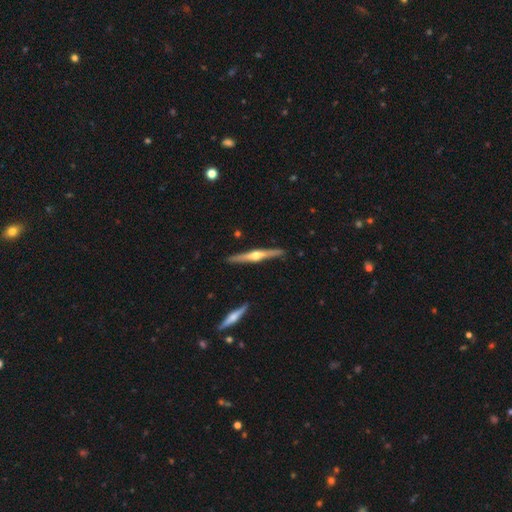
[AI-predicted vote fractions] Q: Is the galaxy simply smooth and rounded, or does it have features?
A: featured or disk — 75%.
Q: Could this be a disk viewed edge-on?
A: yes — 98%.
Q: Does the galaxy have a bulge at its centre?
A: rounded — 93%.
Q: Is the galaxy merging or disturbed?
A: none — 90%.